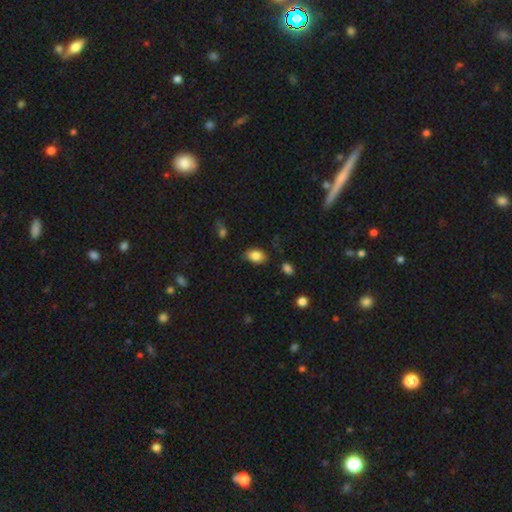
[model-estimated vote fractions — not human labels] Morphology: type=smooth (85%); roundness=in between (86%); merging=none (75%).